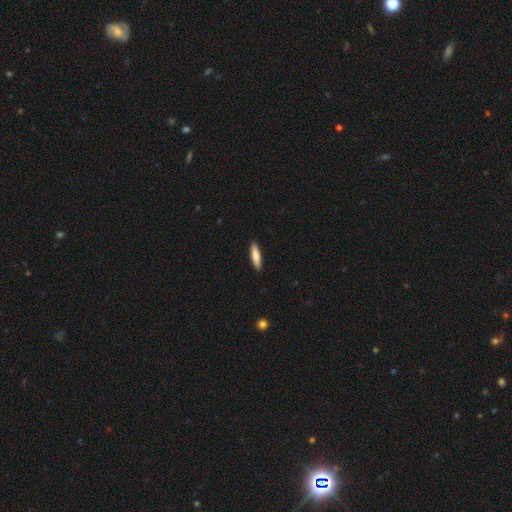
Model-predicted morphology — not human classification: Overall: smooth (80%). How rounded: cigar-shaped (70%). Merging: none (90%).